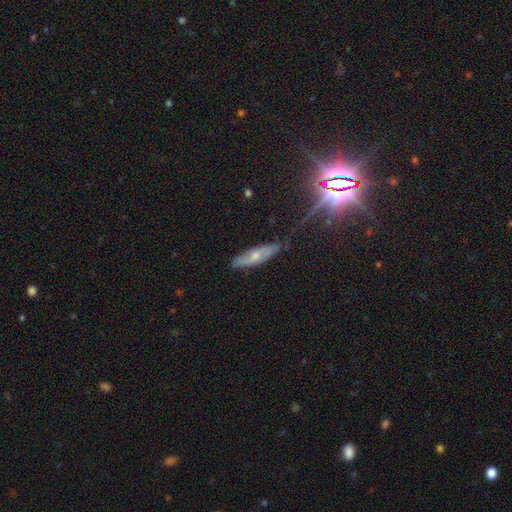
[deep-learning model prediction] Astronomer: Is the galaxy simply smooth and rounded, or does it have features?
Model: featured or disk — 48% (runner-up: smooth, 40%).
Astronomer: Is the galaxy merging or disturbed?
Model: none — 77%.